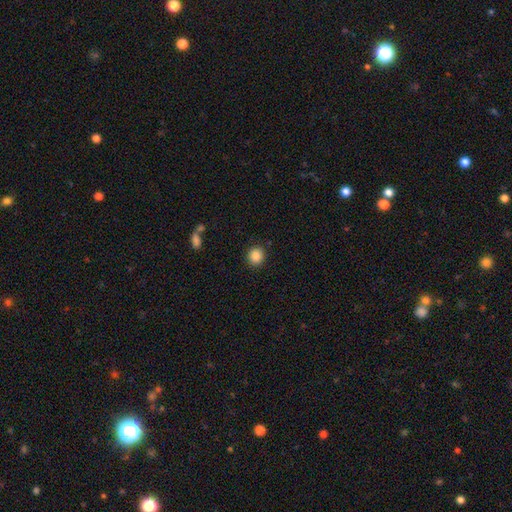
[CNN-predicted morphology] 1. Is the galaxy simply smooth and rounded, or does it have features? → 87% smooth, 9% star or artifact, 4% featured or disk.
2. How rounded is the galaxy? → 88% round, 11% in between, 1% cigar-shaped.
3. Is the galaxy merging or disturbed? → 90% none, 6% minor disturbance, 2% major disturbance, 2% merger.